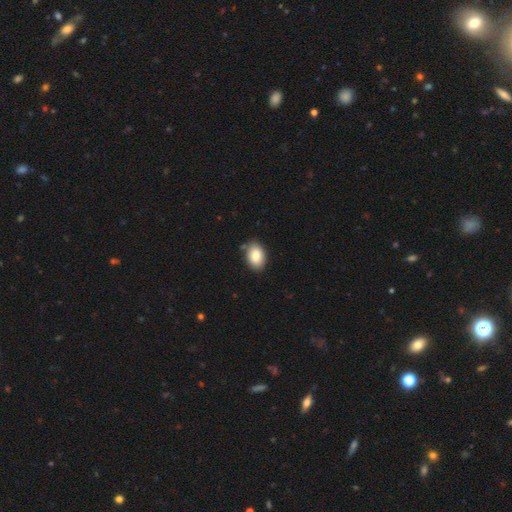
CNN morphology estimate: A smooth galaxy with no disk features (86%) that is in between round and cigar-shaped (87%).

Vote fractions:
- Smooth or featured? smooth: 86% / star or artifact: 7% / featured or disk: 7%
- How rounded? in between: 87% / round: 12% / cigar-shaped: 1%
- Merging? none: 82% / minor disturbance: 12% / merger: 3% / major disturbance: 2%